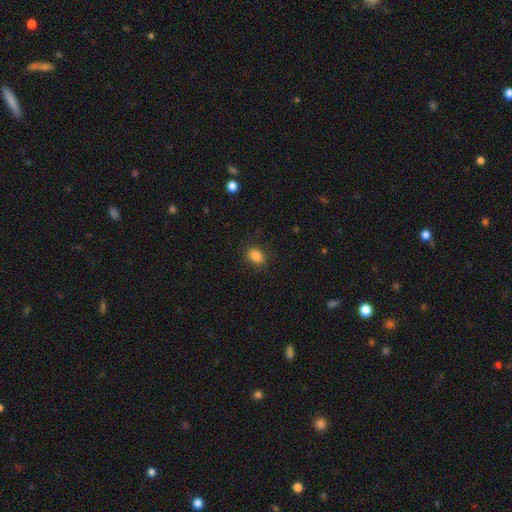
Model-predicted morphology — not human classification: Smooth or featured? Predicted: smooth (p=0.86). How rounded? Predicted: in between (p=0.72). Merging? Predicted: none (p=0.84).